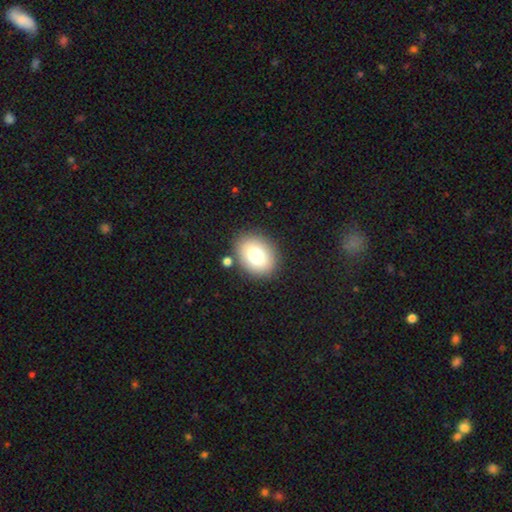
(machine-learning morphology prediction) Smooth or featured? smooth (75%)
How rounded? in between (62%)
Merging? none (83%)